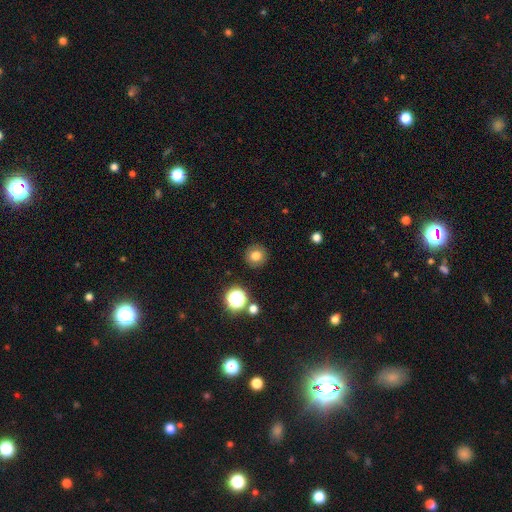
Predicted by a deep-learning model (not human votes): smooth_or_featured: smooth (p=0.78) [alt: star or artifact p=0.13]
how_rounded: round (p=0.93) [alt: in between p=0.06]
merging: none (p=0.90) [alt: minor disturbance p=0.06]